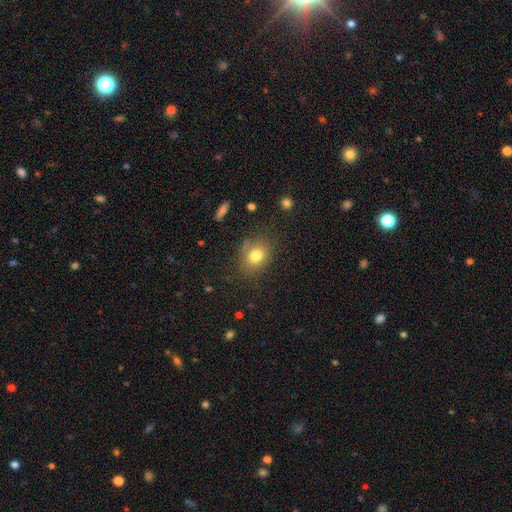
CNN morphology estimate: Smooth or featured?
  - smooth: 78% *
  - star or artifact: 12%
  - featured or disk: 10%
How rounded?
  - round: 51% *
  - in between: 48%
  - cigar-shaped: 1%
Merging?
  - none: 76% *
  - minor disturbance: 16%
  - major disturbance: 5%
  - merger: 3%